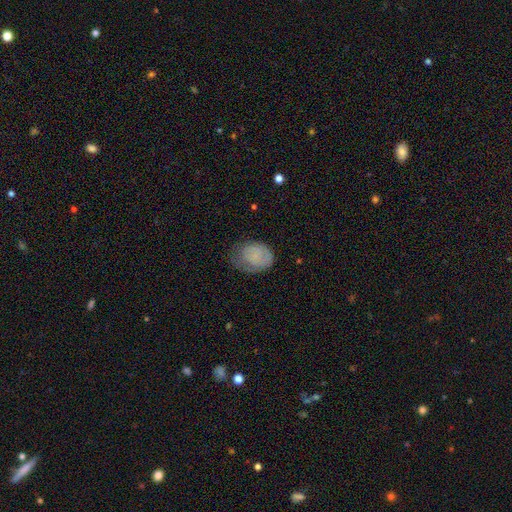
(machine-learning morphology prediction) smooth_or_featured: smooth (p=0.69) [alt: featured or disk p=0.23]
how_rounded: in between (p=0.63) [alt: round p=0.36]
merging: none (p=0.43) [alt: minor disturbance p=0.35]